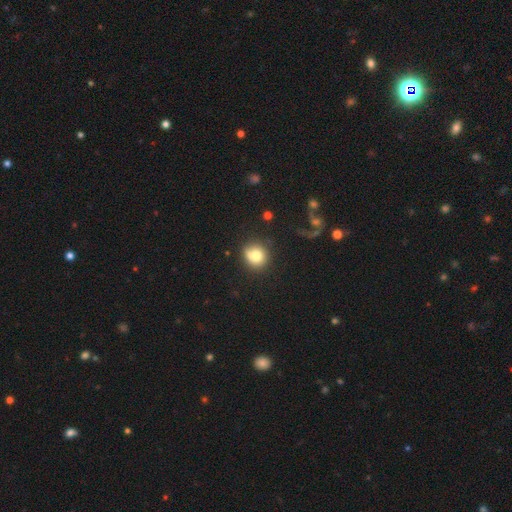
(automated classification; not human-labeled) Q: Smooth or featured?
A: smooth (75%); runner-up: featured or disk (15%)
Q: How rounded?
A: round (83%); runner-up: in between (16%)
Q: Merging?
A: none (61%); runner-up: minor disturbance (21%)